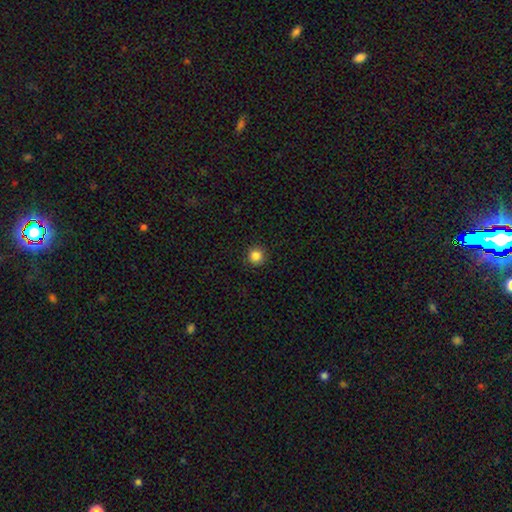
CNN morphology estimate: smooth-or-featured: smooth: 85% | star or artifact: 11% | featured or disk: 4%
  how-rounded: round: 96% | in between: 3% | cigar-shaped: 1%
  merging: none: 93% | minor disturbance: 5% | major disturbance: 2% | merger: 1%